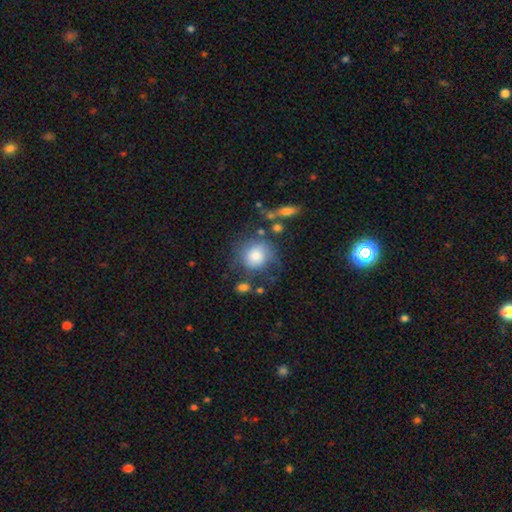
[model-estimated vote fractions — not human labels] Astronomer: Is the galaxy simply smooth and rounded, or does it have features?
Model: smooth — 66%.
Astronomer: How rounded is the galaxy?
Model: round — 83%.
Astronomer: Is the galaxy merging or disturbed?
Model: none — 53%.